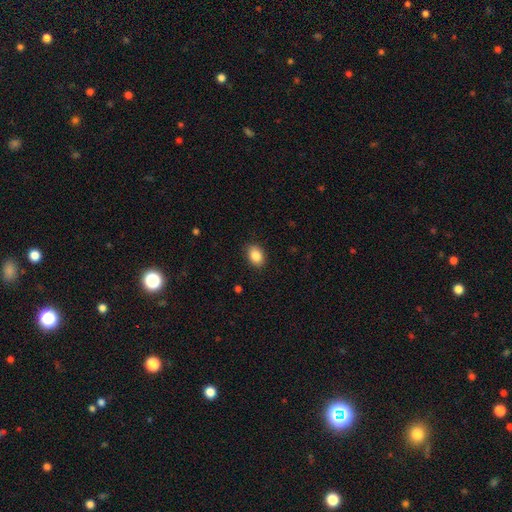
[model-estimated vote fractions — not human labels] Q: Smooth or featured?
A: smooth (87%); runner-up: star or artifact (8%)
Q: How rounded?
A: in between (75%); runner-up: round (23%)
Q: Merging?
A: none (88%); runner-up: minor disturbance (9%)